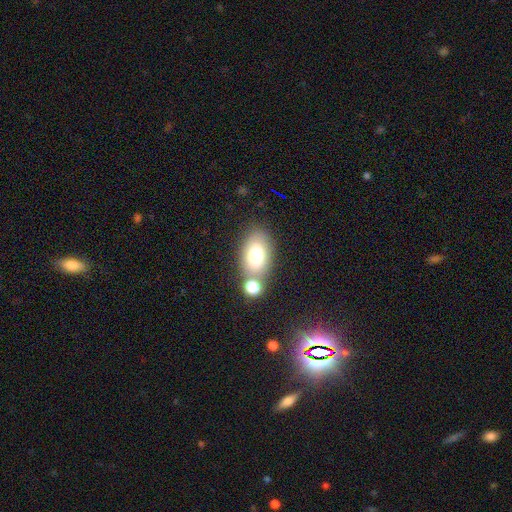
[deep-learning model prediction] Q: Smooth or featured?
A: smooth (78%); runner-up: featured or disk (14%)
Q: How rounded?
A: in between (90%); runner-up: round (8%)
Q: Merging?
A: none (61%); runner-up: merger (21%)